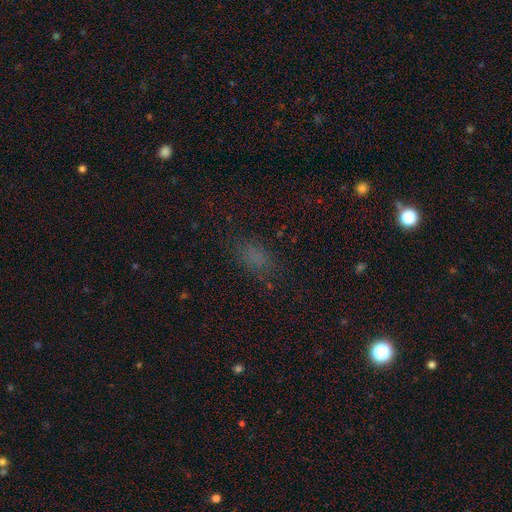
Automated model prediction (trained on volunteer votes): smooth_or_featured: smooth (p=0.65) [alt: star or artifact p=0.24]
how_rounded: in between (p=0.80) [alt: round p=0.12]
merging: none (p=0.71) [alt: minor disturbance p=0.17]